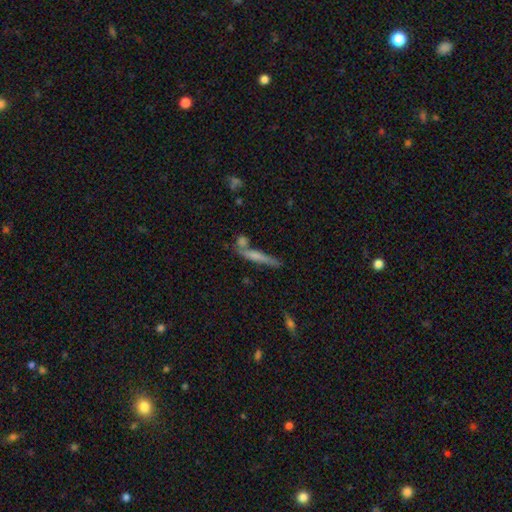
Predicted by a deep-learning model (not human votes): Morphology: type=smooth (52%); roundness=cigar-shaped (91%); merging=none (62%).